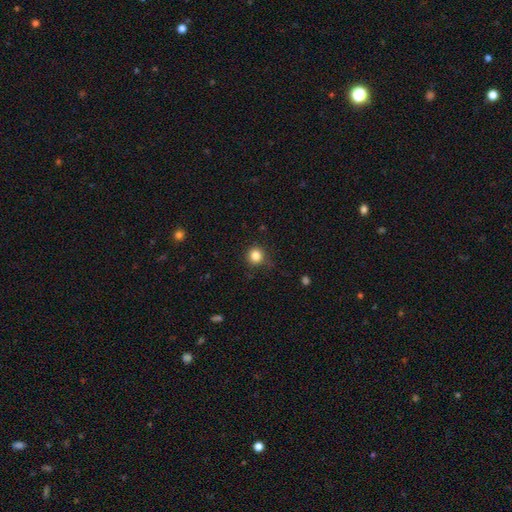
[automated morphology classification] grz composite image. It shows a smooth galaxy with no disk features (84%) that is round (92%). Merging: none (81%).